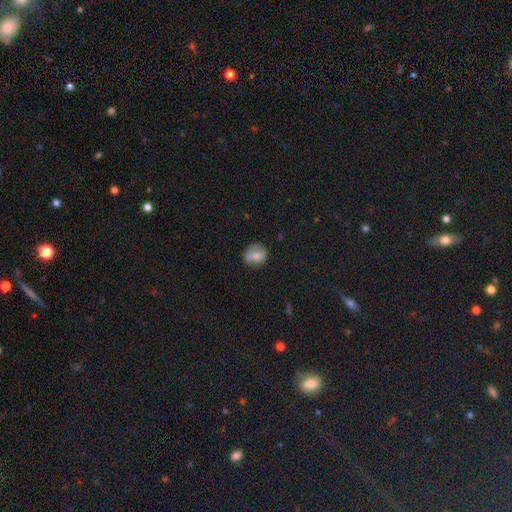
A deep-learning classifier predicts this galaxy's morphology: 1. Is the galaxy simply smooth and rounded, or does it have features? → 67% smooth, 24% featured or disk, 9% star or artifact.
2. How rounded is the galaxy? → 65% round, 34% in between, 1% cigar-shaped.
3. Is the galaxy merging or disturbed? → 61% none, 27% minor disturbance, 10% major disturbance, 2% merger.